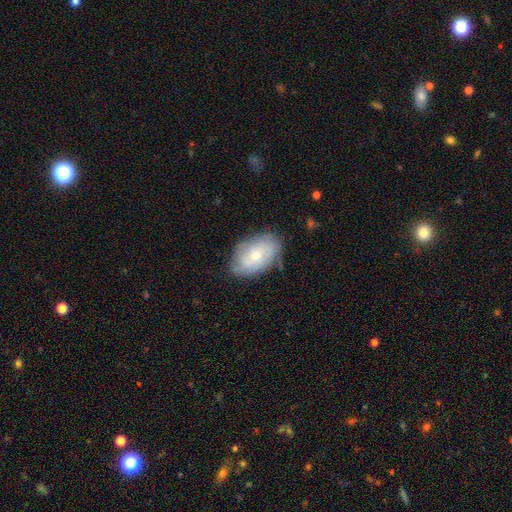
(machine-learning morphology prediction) Smooth or featured? featured or disk (53%)
Edge-on disk? no (95%)
Bar? no (77%)
Spiral arms? yes (76%)
Bulge size? moderate (48%)
Merging? none (70%)